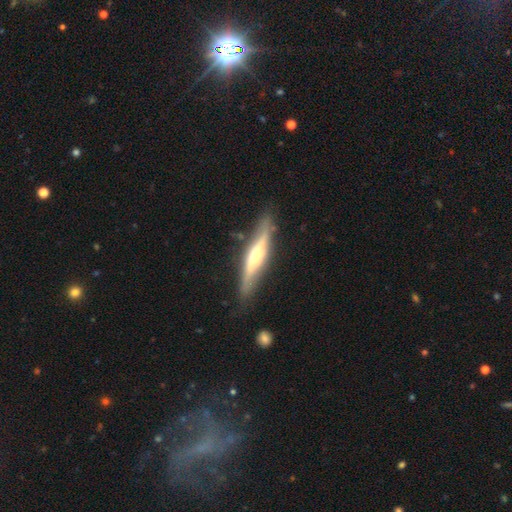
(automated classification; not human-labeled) This is likely a featured or disk galaxy (65%). It is clearly viewed edge-on (89%). Edge-on bulge: clearly rounded (87%). Merging: clearly none (80%).